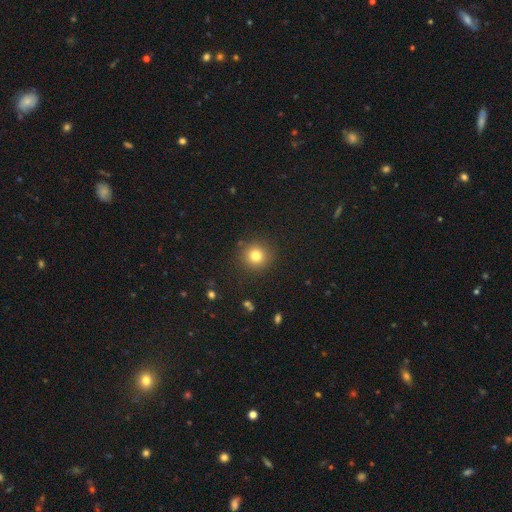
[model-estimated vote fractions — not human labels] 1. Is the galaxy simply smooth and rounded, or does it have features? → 79% smooth, 13% star or artifact, 8% featured or disk.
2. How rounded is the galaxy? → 93% round, 6% in between, 1% cigar-shaped.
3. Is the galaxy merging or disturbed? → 89% none, 7% minor disturbance, 3% major disturbance, 2% merger.